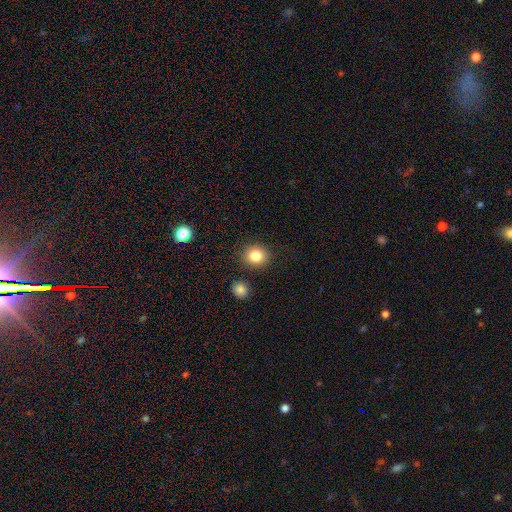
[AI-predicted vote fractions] This appears to be a smooth galaxy with no disk features (83%) that is round (83%). Merging: none (87%).